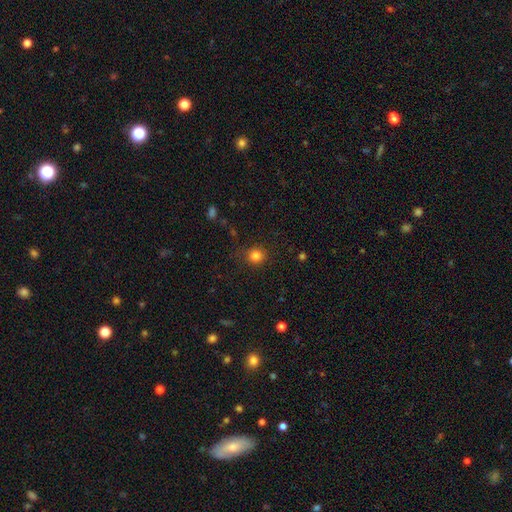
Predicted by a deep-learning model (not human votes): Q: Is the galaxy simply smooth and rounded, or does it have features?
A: smooth — 82%.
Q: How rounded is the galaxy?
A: round — 88%.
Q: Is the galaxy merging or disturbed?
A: none — 86%.